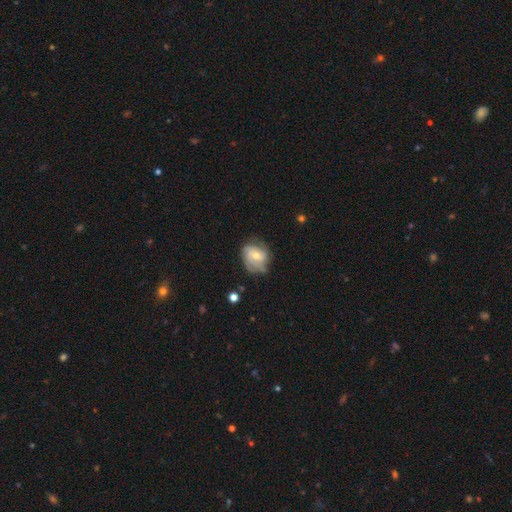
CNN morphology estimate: The model was most divided on "spiral arm count": 3: 33%, can't tell: 26%, 2: 26%, 4: 7%, 1: 5%, more than 4: 3%. More confident: edge-on disk — no (97%); spiral arms — yes (91%); smooth or featured — featured or disk (71%); merging — none (64%); bar — no (55%); bulge size — moderate (55%); spiral winding — tight (50%).